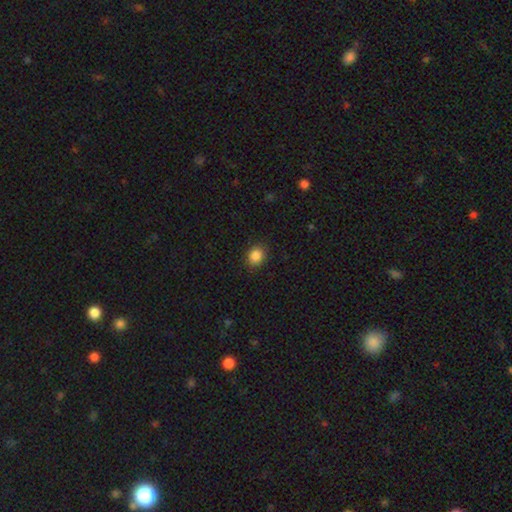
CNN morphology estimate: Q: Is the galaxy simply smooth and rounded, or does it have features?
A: smooth — 87%.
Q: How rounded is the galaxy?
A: round — 65%.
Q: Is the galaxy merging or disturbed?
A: none — 88%.